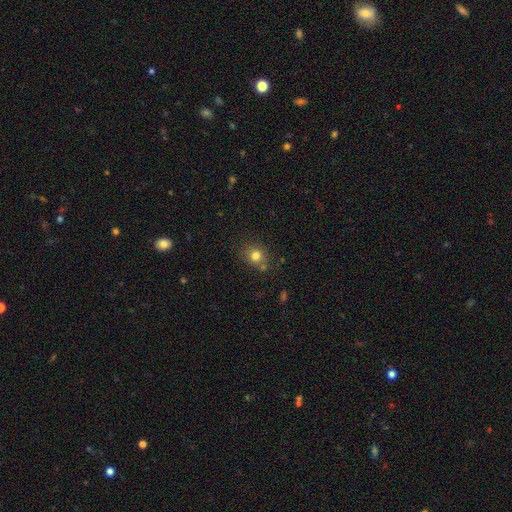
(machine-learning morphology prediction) smooth 79%, star or artifact 13%, featured or disk 8%. Down the decision tree: how rounded — round (76%); merging — none (73%).